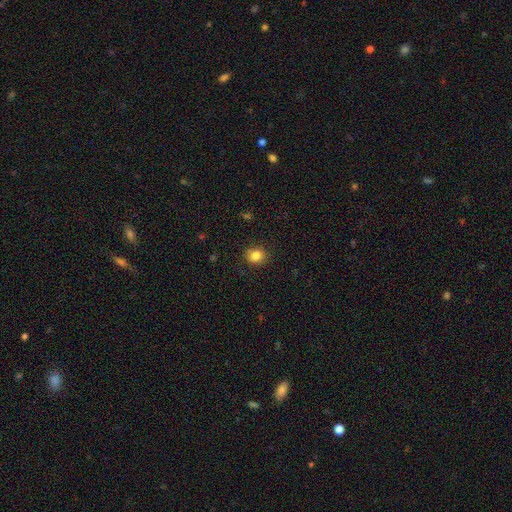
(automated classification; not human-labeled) Q: Smooth or featured?
A: smooth (83%); runner-up: star or artifact (11%)
Q: How rounded?
A: round (78%); runner-up: in between (21%)
Q: Merging?
A: none (87%); runner-up: minor disturbance (10%)